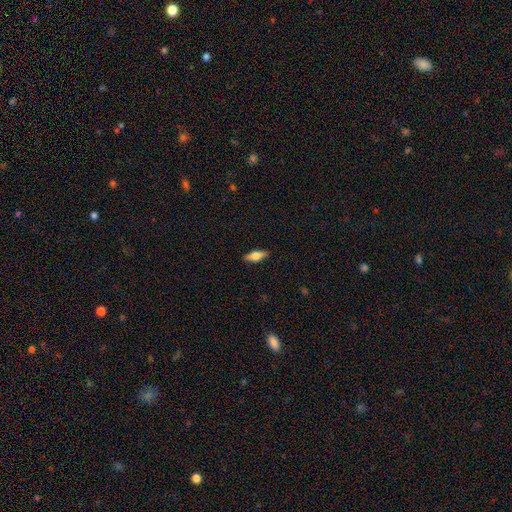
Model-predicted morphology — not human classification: Q: Smooth or featured?
A: smooth (59%); runner-up: featured or disk (35%)
Q: How rounded?
A: in between (62%); runner-up: cigar-shaped (35%)
Q: Merging?
A: none (89%); runner-up: minor disturbance (9%)